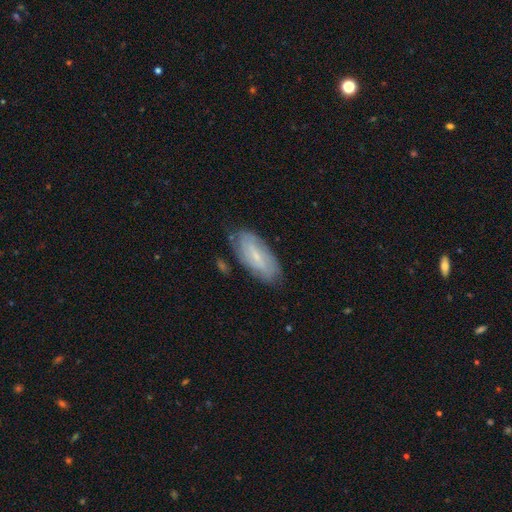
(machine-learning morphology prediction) Smooth or featured? featured or disk (53%)
Edge-on disk? no (85%)
Merging? none (76%)